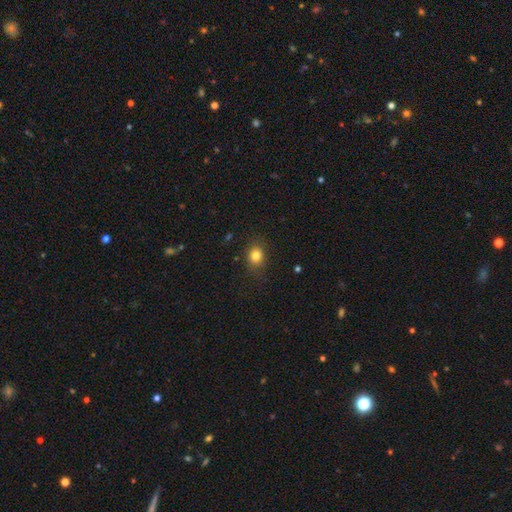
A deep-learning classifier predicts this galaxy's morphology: Overall: smooth (82%). How rounded: round (59%; in between 40%). Merging: none (83%).